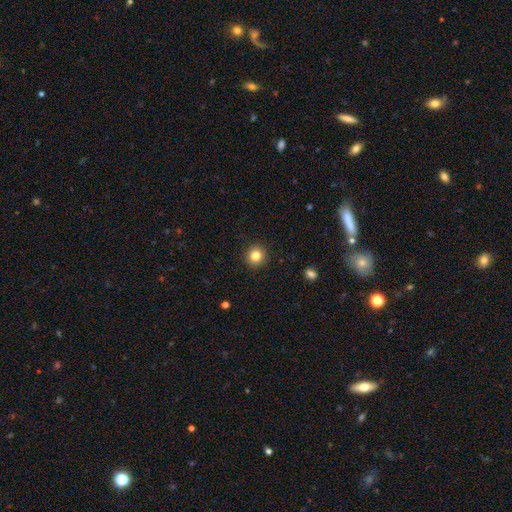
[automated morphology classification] This appears to be a smooth galaxy with no disk features (82%) that is round (92%). Merging: none (92%).